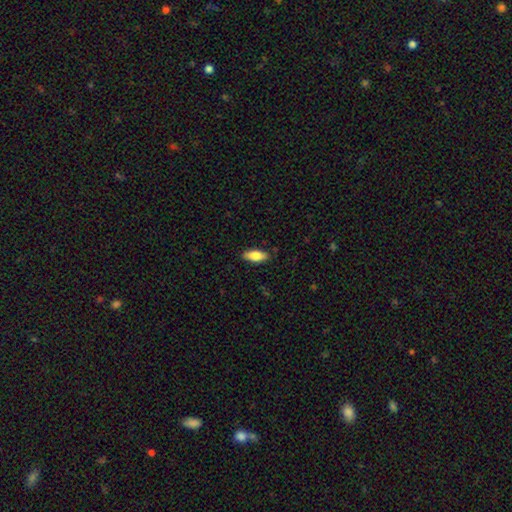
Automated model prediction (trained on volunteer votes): The model was most divided on "smooth or featured": smooth: 78%, featured or disk: 16%, star or artifact: 6%. More confident: merging — none (87%); how rounded — in between (81%).